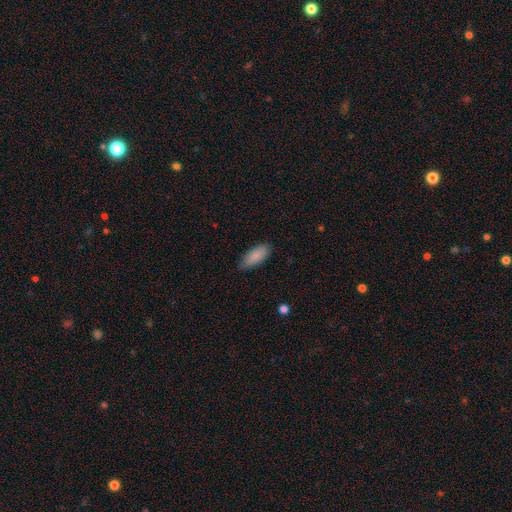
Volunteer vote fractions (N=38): A smooth galaxy with no disk features (87%) that is in between round and cigar-shaped (76%). Merging: none (86%).